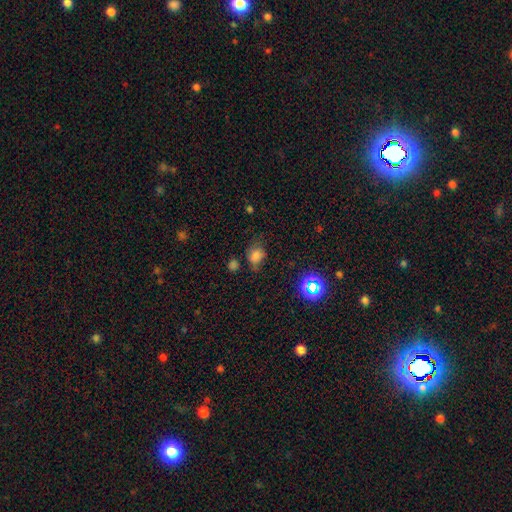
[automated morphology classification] Smooth or featured? Predicted: smooth (p=0.71). How rounded? Predicted: in between (p=0.51). Merging? Predicted: none (p=0.51).